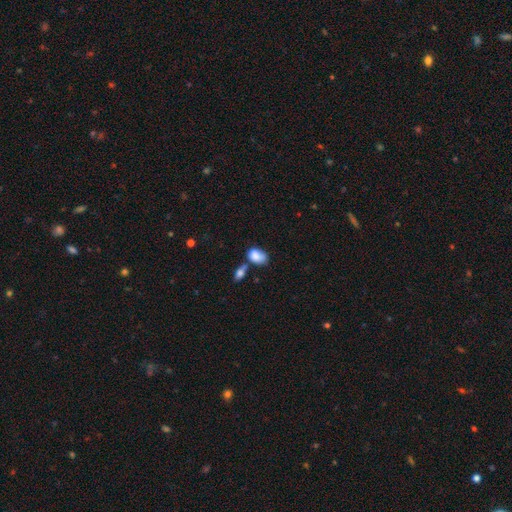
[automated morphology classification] This is clearly a smooth galaxy (82%). How rounded: clearly in between (87%). Merging: marginally merger (35%).